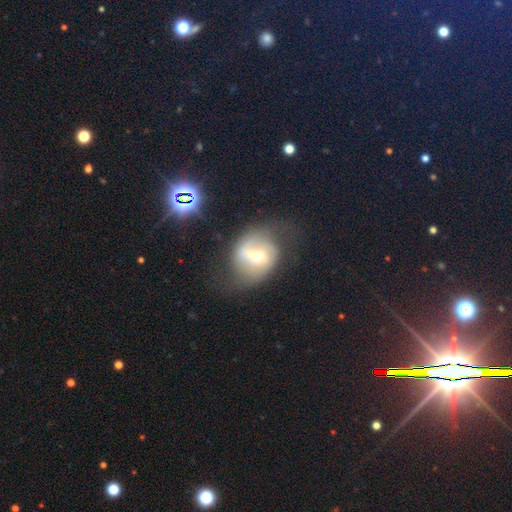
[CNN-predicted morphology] smooth_or_featured: featured or disk (p=0.60) [alt: smooth p=0.31]
disk_edge_on: no (p=0.95) [alt: yes p=0.05]
bar: weak (p=0.45) [alt: strong p=0.37]
has_spiral_arms: yes (p=0.69) [alt: no p=0.31]
bulge_size: moderate (p=0.51) [alt: small p=0.28]
merging: none (p=0.48) [alt: minor disturbance p=0.24]